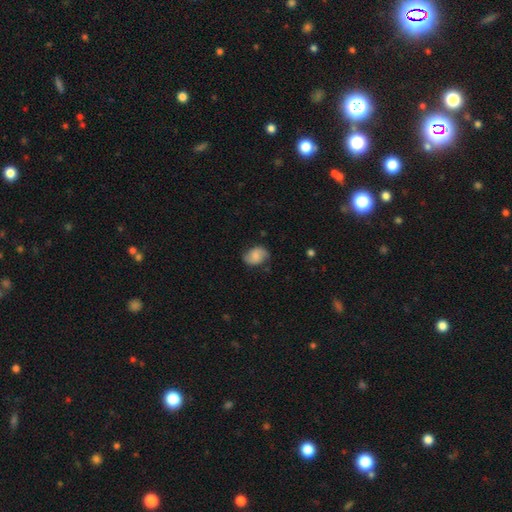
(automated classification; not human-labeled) Overall: smooth (48%; featured or disk 44%). Merging: none (74%).